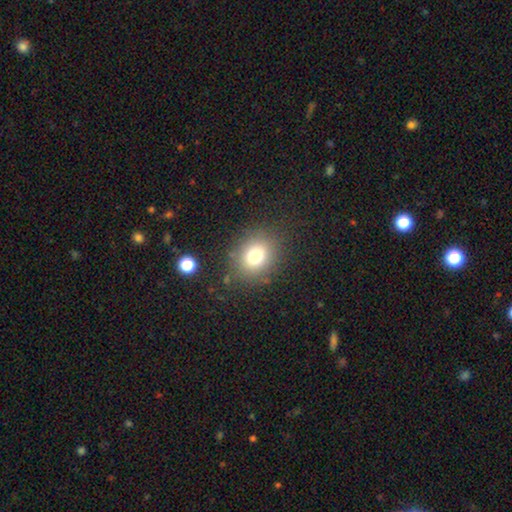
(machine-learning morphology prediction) smooth-or-featured: smooth: 76% | star or artifact: 15% | featured or disk: 10%
  how-rounded: round: 69% | in between: 31% | cigar-shaped: 1%
  merging: none: 83% | minor disturbance: 10% | major disturbance: 5% | merger: 2%